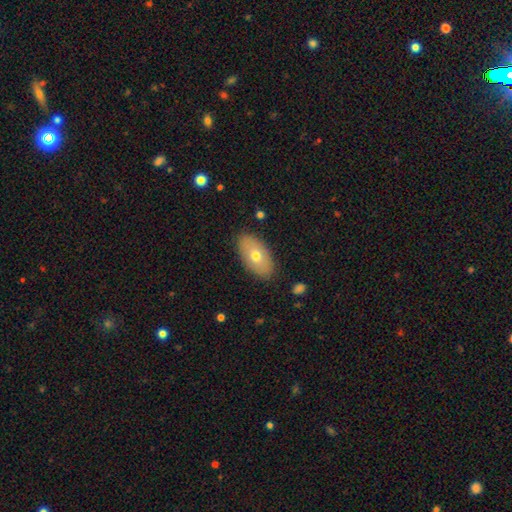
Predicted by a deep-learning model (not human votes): Smooth or featured: smooth — 67% (featured or disk — 27%)
How rounded: in between — 93% (round — 4%)
Merging: none — 87% (minor disturbance — 10%)